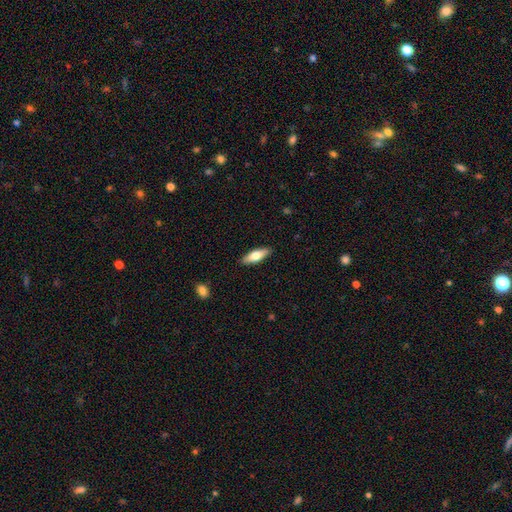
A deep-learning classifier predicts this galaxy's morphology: Smooth or featured? smooth (64%)
How rounded? in between (54%)
Merging? none (89%)